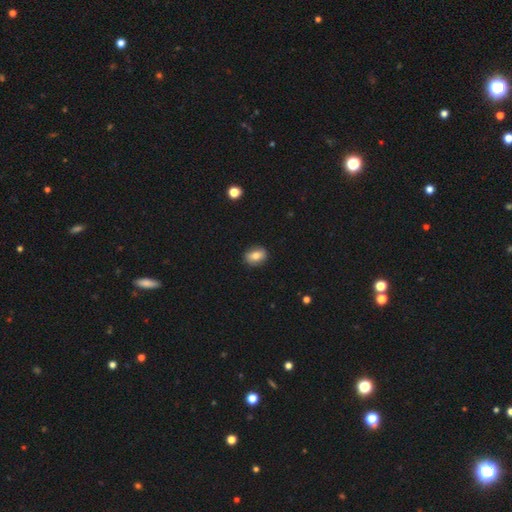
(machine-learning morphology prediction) smooth 72%, featured or disk 19%, star or artifact 9%. Down the decision tree: how rounded — in between (63%); merging — none (86%).